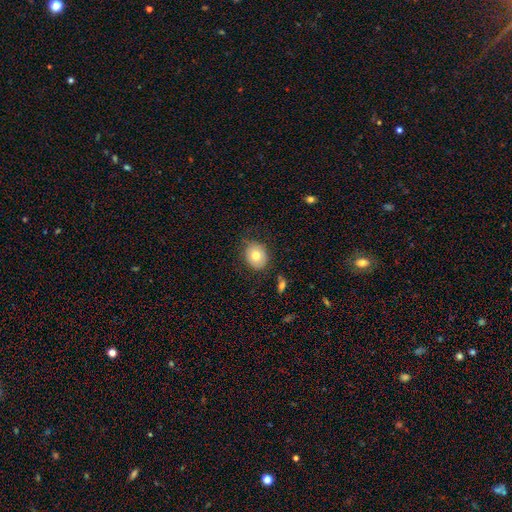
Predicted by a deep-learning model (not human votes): This appears to be a smooth galaxy with no disk features (72%) that is round (67%). Merging: none (72%).